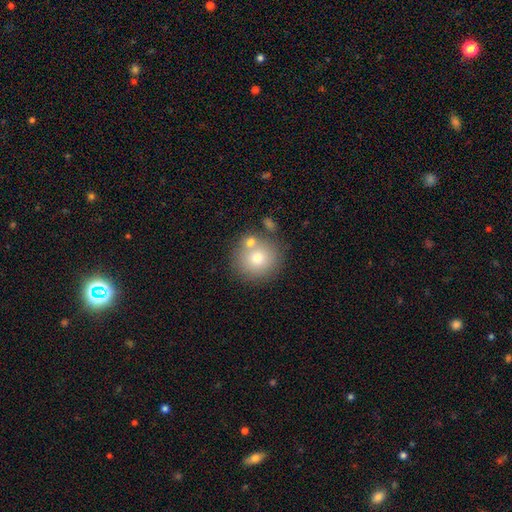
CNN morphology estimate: Overall: smooth (71%). How rounded: round (93%). Merging: none (72%).